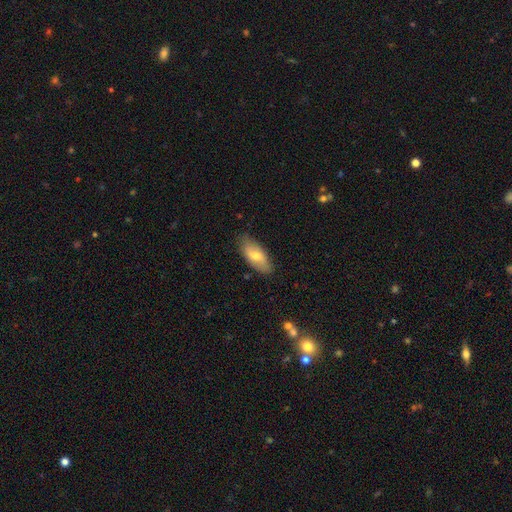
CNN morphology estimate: A smooth galaxy with no disk features (65%) that is in between round and cigar-shaped (86%). Merging: none (81%).